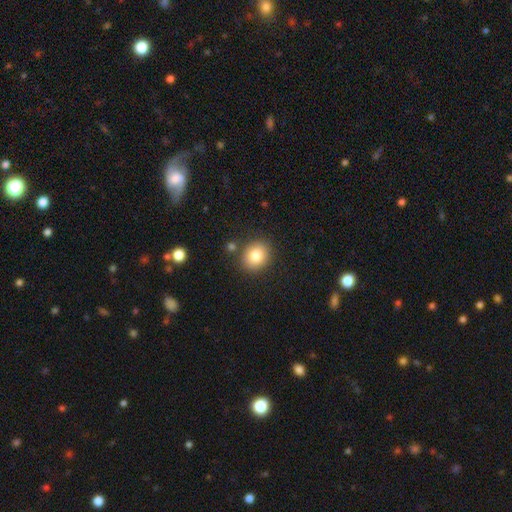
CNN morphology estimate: This is clearly a smooth galaxy (83%). How rounded: likely round (66%). Merging: clearly none (84%).